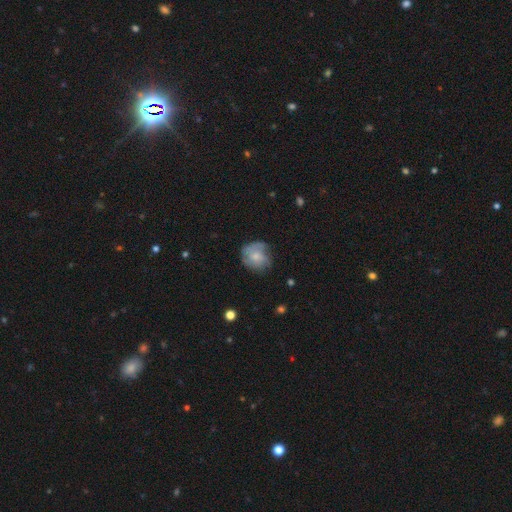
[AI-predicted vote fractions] The model was most divided on "smooth or featured": smooth: 53%, featured or disk: 39%, star or artifact: 8%. More confident: how rounded — round (77%); merging — none (58%).